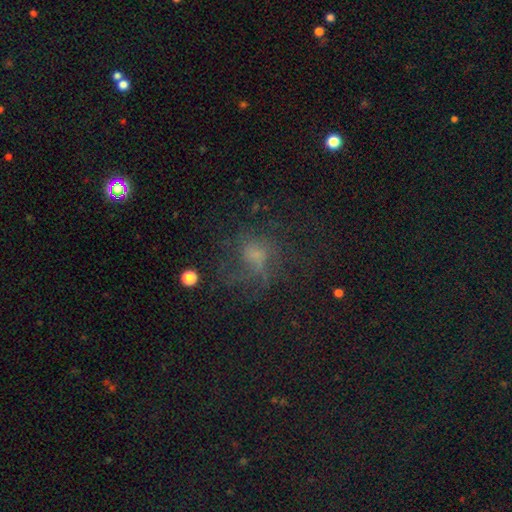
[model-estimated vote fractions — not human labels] smooth-or-featured: featured or disk: 38% | smooth: 37% | star or artifact: 25%
  merging: none: 48% | major disturbance: 31% | minor disturbance: 18% | merger: 3%